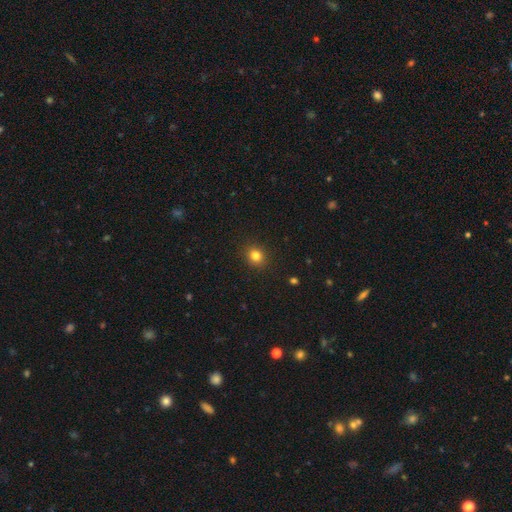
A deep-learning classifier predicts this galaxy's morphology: Q: Smooth or featured?
A: smooth (82%); runner-up: star or artifact (13%)
Q: How rounded?
A: round (76%); runner-up: in between (23%)
Q: Merging?
A: none (91%); runner-up: minor disturbance (6%)